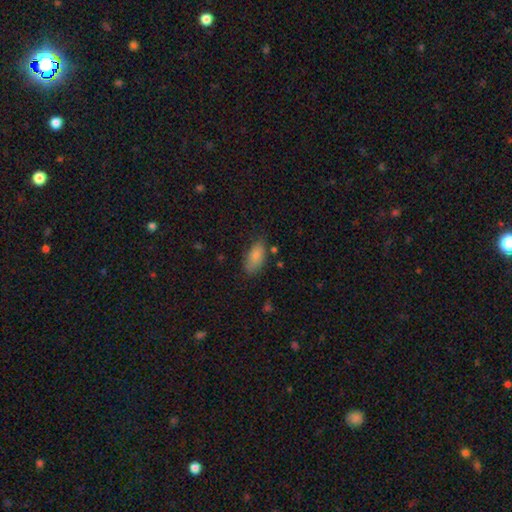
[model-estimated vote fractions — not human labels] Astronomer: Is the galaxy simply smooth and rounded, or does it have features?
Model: smooth — 84%.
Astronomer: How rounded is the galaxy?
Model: in between — 89%.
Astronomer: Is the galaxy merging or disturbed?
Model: none — 72%.